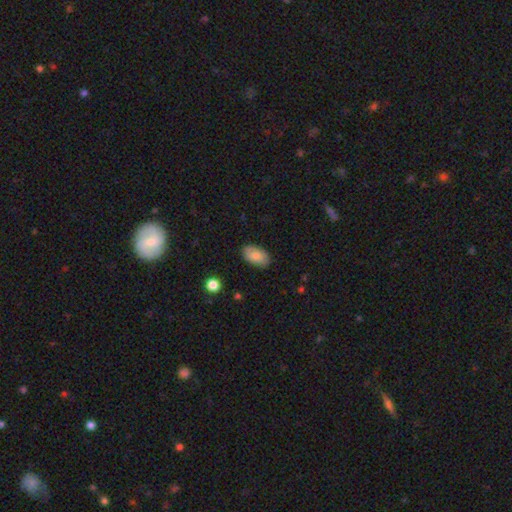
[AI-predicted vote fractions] smooth 83%, featured or disk 10%, star or artifact 7%. Down the decision tree: how rounded — in between (94%); merging — none (85%).